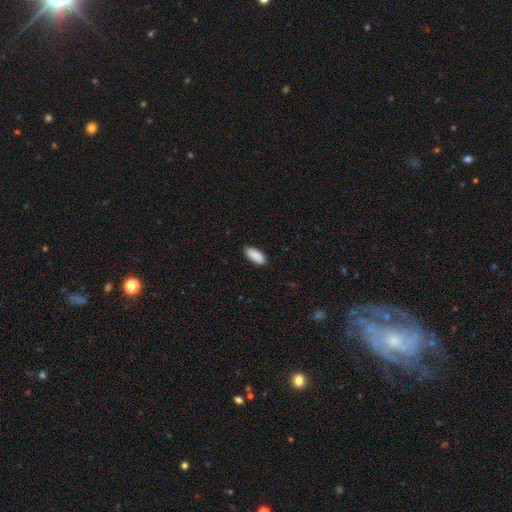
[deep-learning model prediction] Overall: smooth (91%). How rounded: in between (84%). Merging: none (88%).